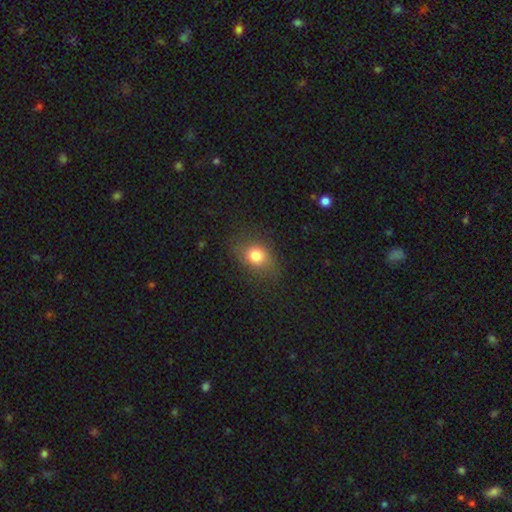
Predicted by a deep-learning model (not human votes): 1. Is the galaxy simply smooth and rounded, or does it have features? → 78% smooth, 12% star or artifact, 10% featured or disk.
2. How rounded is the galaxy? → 51% in between, 47% round, 1% cigar-shaped.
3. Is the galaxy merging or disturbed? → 76% none, 16% minor disturbance, 6% major disturbance, 1% merger.